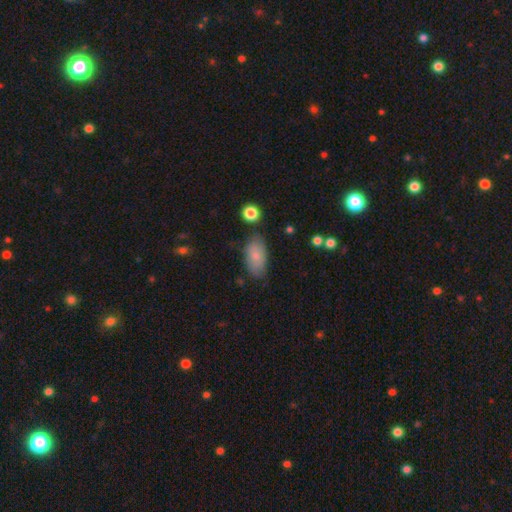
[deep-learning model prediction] Q: Smooth or featured?
A: smooth (80%); runner-up: featured or disk (13%)
Q: How rounded?
A: in between (93%); runner-up: cigar-shaped (4%)
Q: Merging?
A: none (73%); runner-up: minor disturbance (20%)